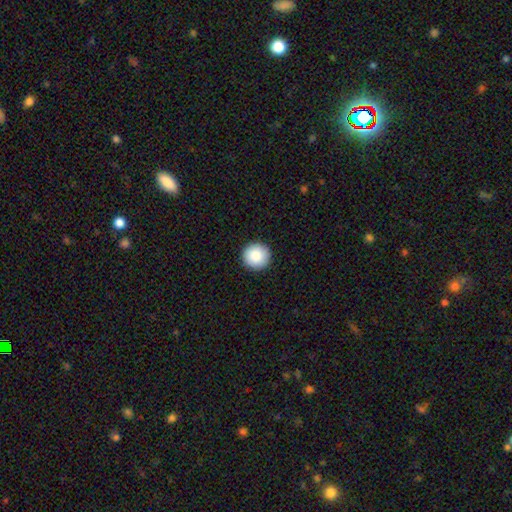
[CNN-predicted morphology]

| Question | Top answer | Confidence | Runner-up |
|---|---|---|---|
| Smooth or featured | smooth | 88% | star or artifact (8%) |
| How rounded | round | 96% | in between (3%) |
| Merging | none | 93% | minor disturbance (5%) |